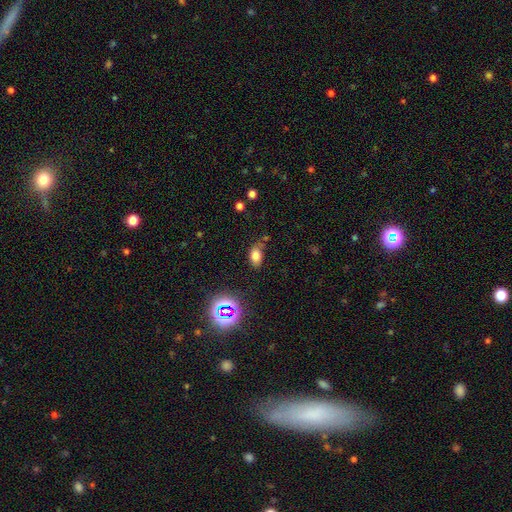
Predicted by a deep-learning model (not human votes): Smooth or featured: smooth — 73% (star or artifact — 17%)
How rounded: in between — 85% (round — 13%)
Merging: none — 68% (minor disturbance — 20%)